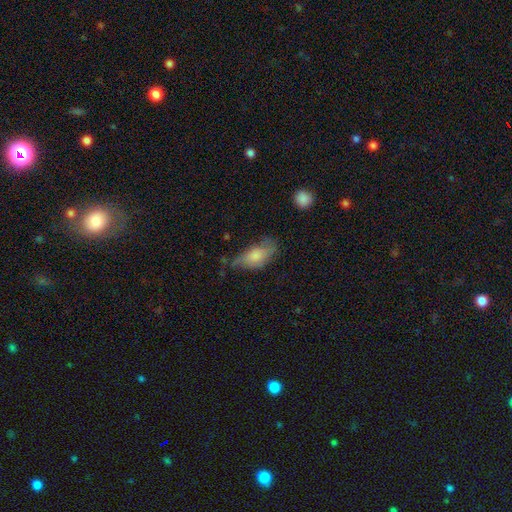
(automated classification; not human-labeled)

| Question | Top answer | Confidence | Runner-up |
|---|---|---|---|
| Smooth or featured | smooth | 71% | featured or disk (22%) |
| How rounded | in between | 88% | cigar-shaped (8%) |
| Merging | none | 42% | minor disturbance (37%) |